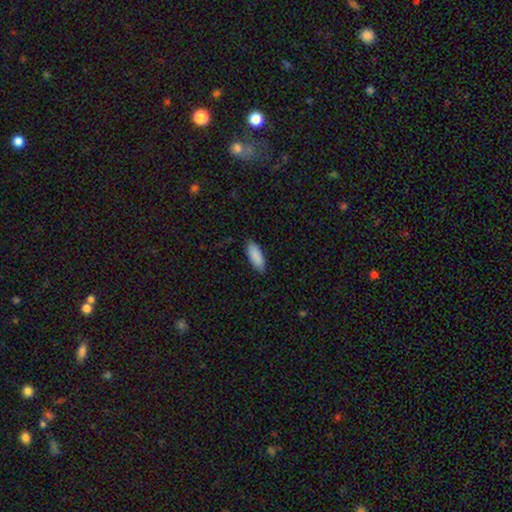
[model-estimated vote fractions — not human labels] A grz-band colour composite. It shows a smooth galaxy with no disk features (89%) that is in between round and cigar-shaped (74%). Merging: none (84%).